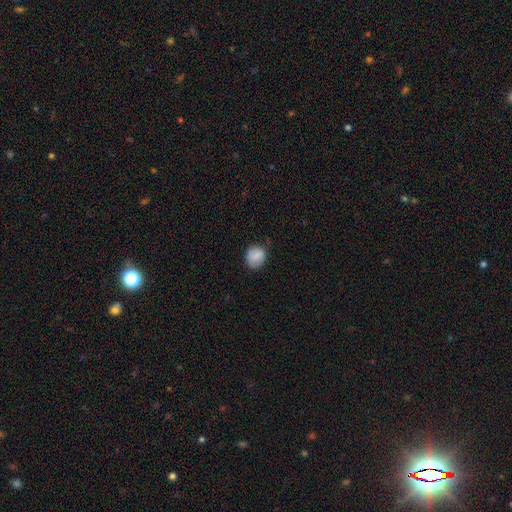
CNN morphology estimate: Overall: smooth (85%). How rounded: round (69%; in between 30%). Merging: none (74%).